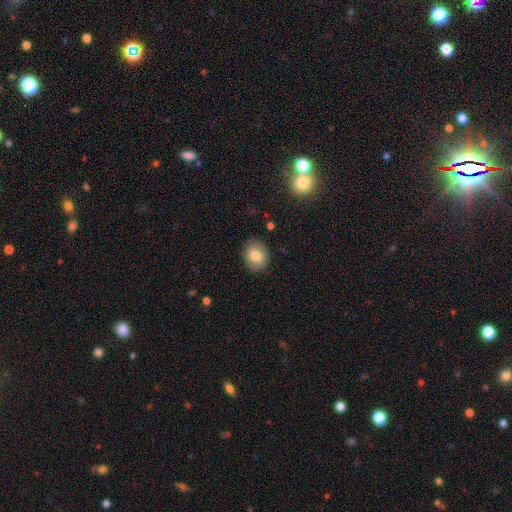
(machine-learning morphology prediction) This is likely a smooth galaxy (80%). How rounded: likely round (62%). Merging: clearly none (86%).